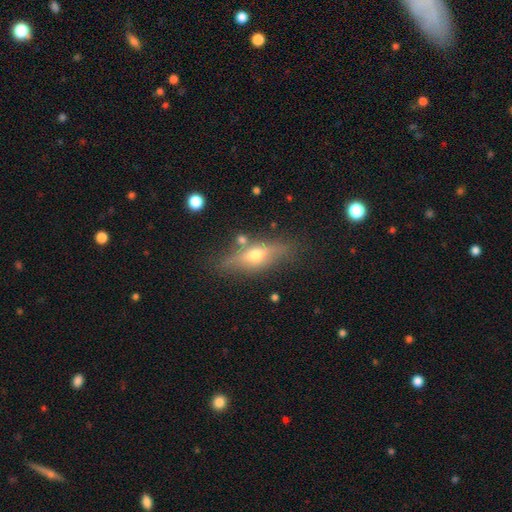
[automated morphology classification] type=featured or disk (57%); edge-on=yes (85%); merging=none (78%).